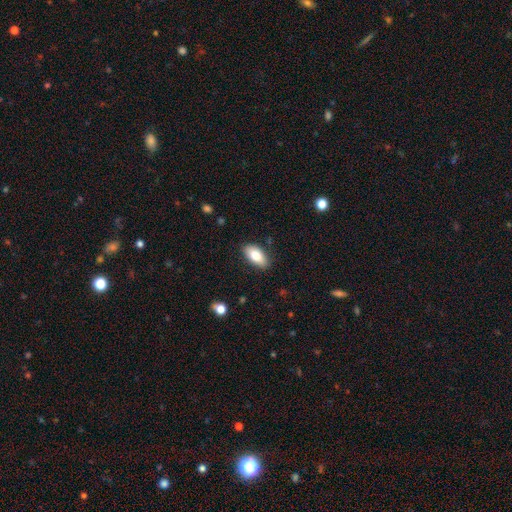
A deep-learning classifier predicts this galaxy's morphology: Smooth or featured? smooth (82%)
How rounded? in between (92%)
Merging? none (86%)